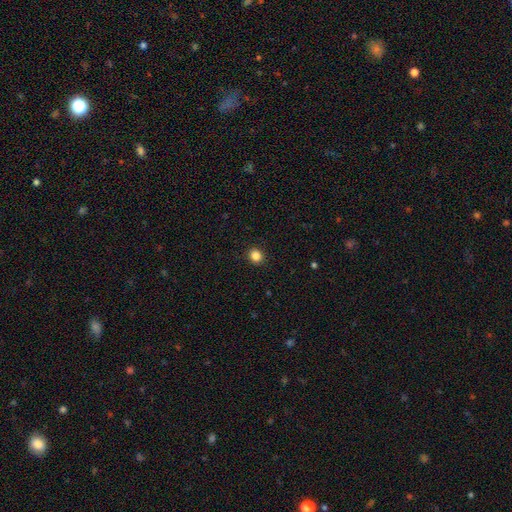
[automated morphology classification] A smooth galaxy with no disk features (85%) that is round (84%).

Vote fractions:
- Smooth or featured? smooth: 85% / star or artifact: 11% / featured or disk: 3%
- How rounded? round: 84% / in between: 15% / cigar-shaped: 1%
- Merging? none: 92% / minor disturbance: 5% / major disturbance: 2% / merger: 1%